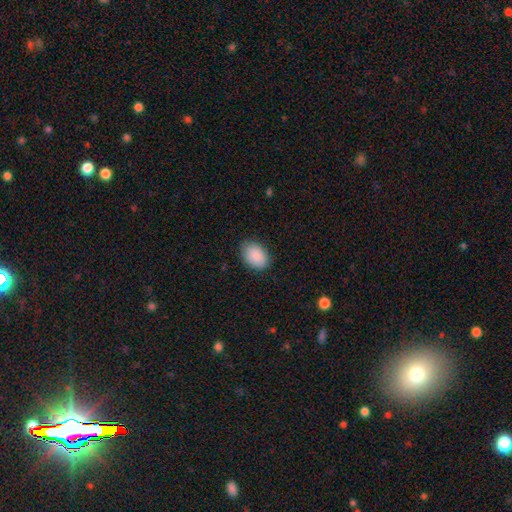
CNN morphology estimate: Overall: smooth (89%). How rounded: in between (84%). Merging: none (85%).